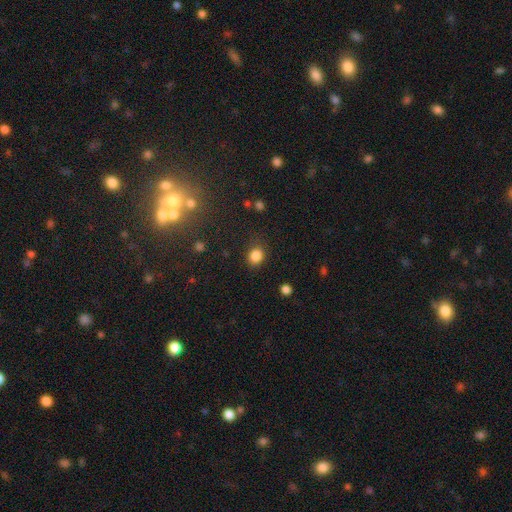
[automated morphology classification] Overall: smooth (85%). How rounded: round (61%; in between 38%). Merging: none (82%).